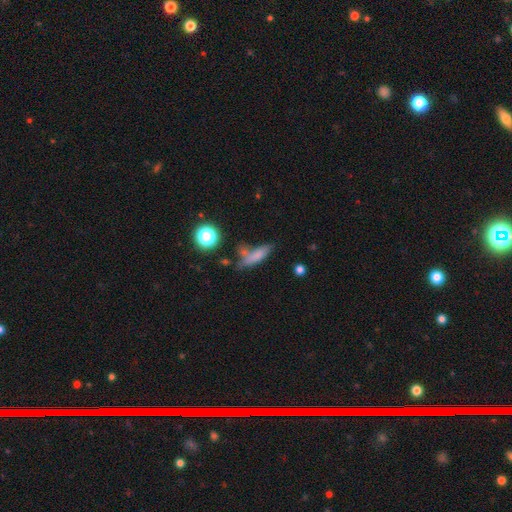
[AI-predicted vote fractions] smooth_or_featured: smooth (p=0.69) [alt: featured or disk p=0.18]
how_rounded: cigar-shaped (p=0.53) [alt: in between p=0.42]
merging: none (p=0.41) [alt: minor disturbance p=0.22]